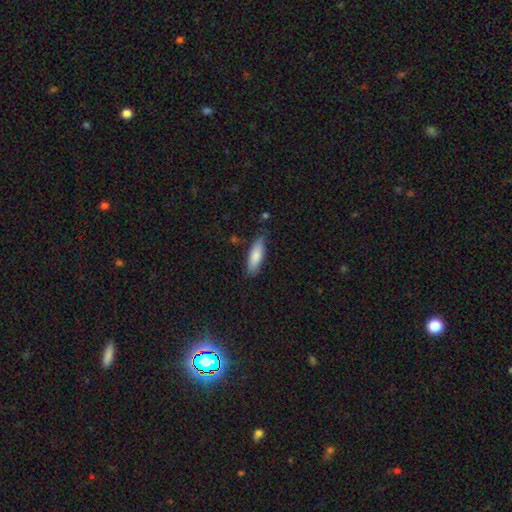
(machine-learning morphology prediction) A smooth galaxy with no disk features (83%) that is in between round and cigar-shaped (57%).

Vote fractions:
- Smooth or featured? smooth: 83% / featured or disk: 12% / star or artifact: 6%
- How rounded? in between: 57% / cigar-shaped: 41% / round: 2%
- Merging? none: 78% / minor disturbance: 17% / major disturbance: 3% / merger: 2%